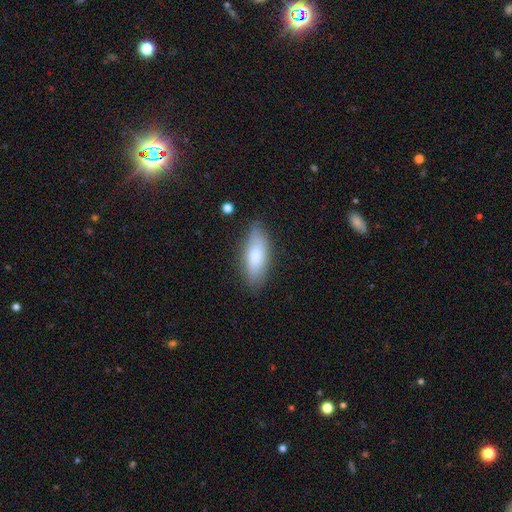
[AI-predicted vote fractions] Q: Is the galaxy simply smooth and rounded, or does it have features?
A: smooth — 76%.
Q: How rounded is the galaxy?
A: in between — 71%.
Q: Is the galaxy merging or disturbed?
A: none — 80%.